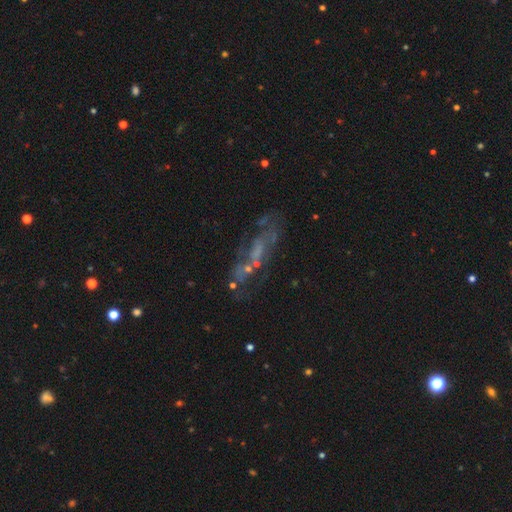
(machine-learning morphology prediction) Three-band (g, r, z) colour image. It shows a featured or disk galaxy (54%). Merging: none (55%).